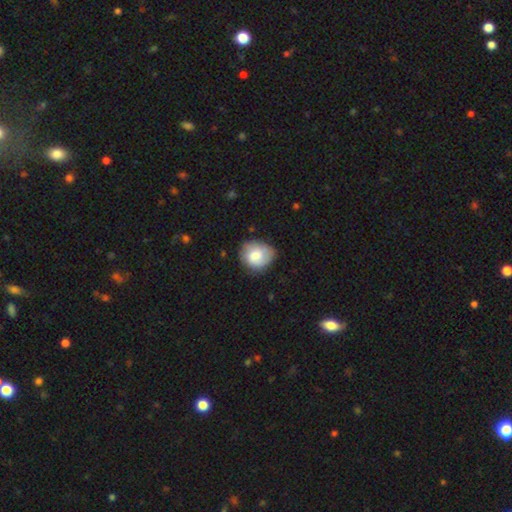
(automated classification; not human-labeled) Smooth or featured? Predicted: smooth (p=0.70). How rounded? Predicted: round (p=0.65). Merging? Predicted: none (p=0.66).